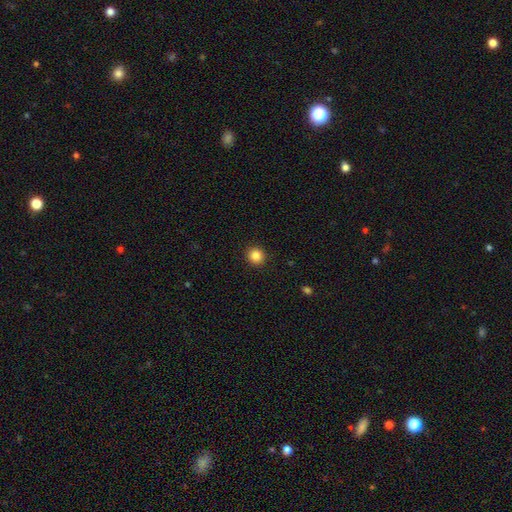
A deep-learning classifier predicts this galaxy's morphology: smooth_or_featured: smooth (p=0.85) [alt: star or artifact p=0.11]
how_rounded: round (p=0.92) [alt: in between p=0.07]
merging: none (p=0.93) [alt: minor disturbance p=0.05]